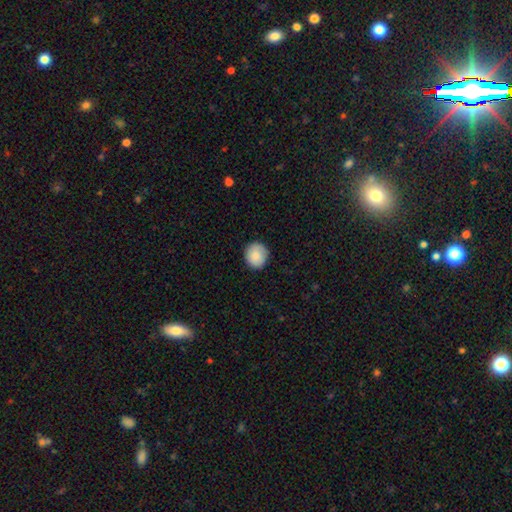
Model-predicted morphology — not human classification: Overall: smooth (87%). How rounded: round (86%). Merging: none (87%).